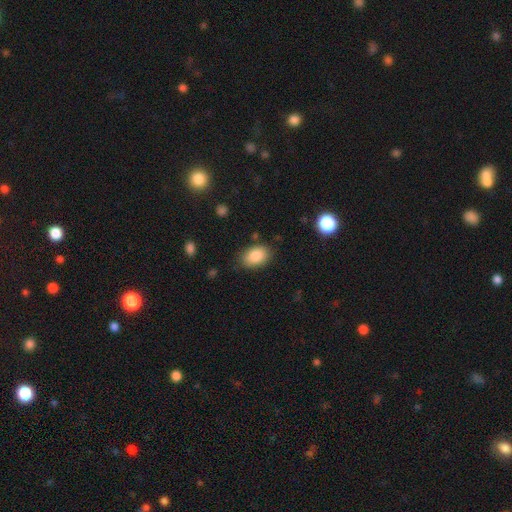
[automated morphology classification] This is clearly a smooth galaxy (86%). How rounded: clearly in between (88%). Merging: clearly none (80%).